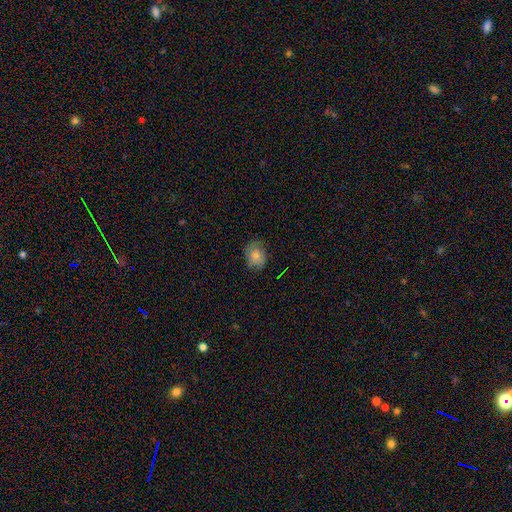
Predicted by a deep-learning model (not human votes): Overall: smooth (70%). How rounded: in between (53%; round 46%). Merging: none (70%).